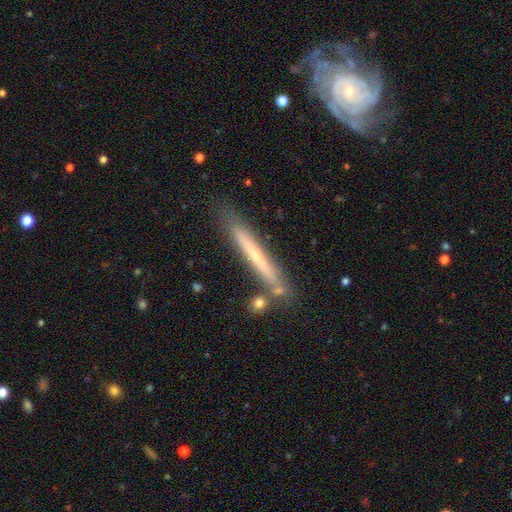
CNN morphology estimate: type=featured or disk (49%); merging=none (78%).